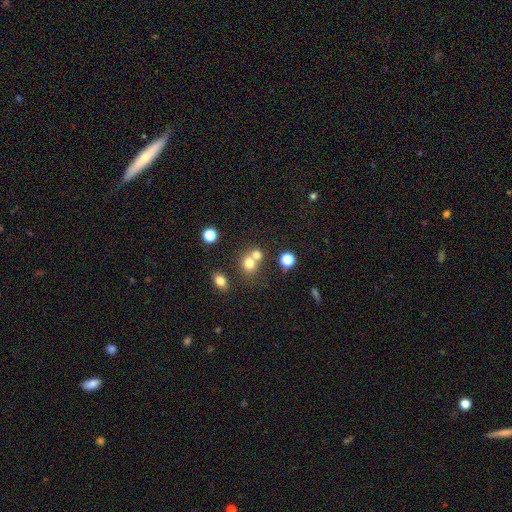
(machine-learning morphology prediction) A smooth galaxy with no disk features (71%) that is round (78%).

Vote fractions:
- Smooth or featured? smooth: 71% / star or artifact: 16% / featured or disk: 13%
- How rounded? round: 78% / in between: 21% / cigar-shaped: 1%
- Merging? merger: 52% / none: 39% / minor disturbance: 6% / major disturbance: 3%